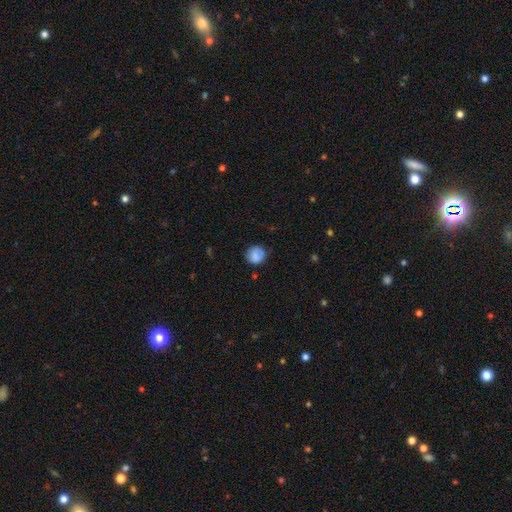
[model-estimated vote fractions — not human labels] Q: Smooth or featured?
A: smooth (82%); runner-up: featured or disk (10%)
Q: How rounded?
A: round (90%); runner-up: in between (9%)
Q: Merging?
A: none (76%); runner-up: minor disturbance (17%)